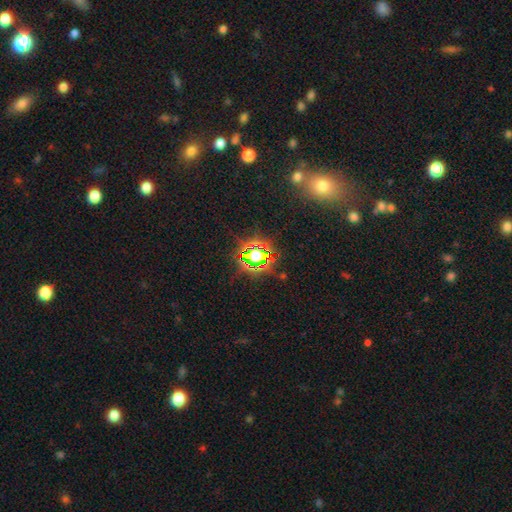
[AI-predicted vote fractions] The model was most divided on "smooth or featured": star or artifact: 64%, smooth: 26%, featured or disk: 10%.